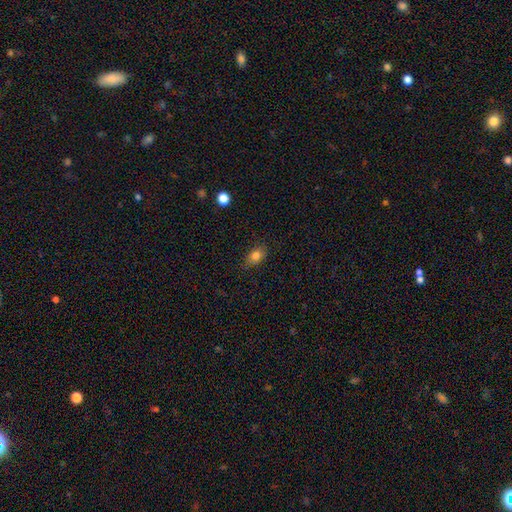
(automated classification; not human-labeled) A smooth galaxy with no disk features (81%) that is in between round and cigar-shaped (77%).

Vote fractions:
- Smooth or featured? smooth: 81% / star or artifact: 11% / featured or disk: 9%
- How rounded? in between: 77% / round: 20% / cigar-shaped: 3%
- Merging? none: 80% / minor disturbance: 16% / major disturbance: 3% / merger: 1%